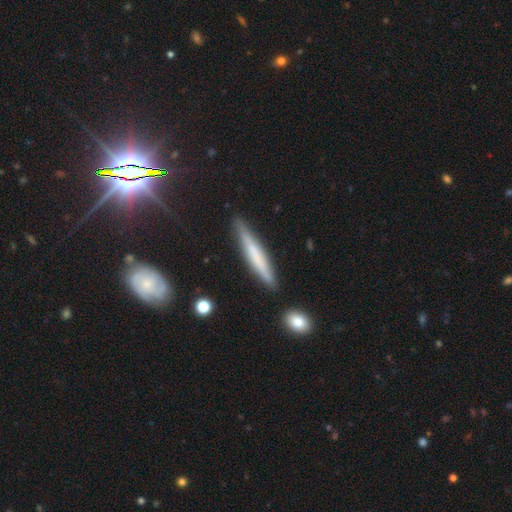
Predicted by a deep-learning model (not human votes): Smooth or featured? Predicted: smooth (p=0.52). How rounded? Predicted: cigar-shaped (p=0.94). Merging? Predicted: none (p=0.85).